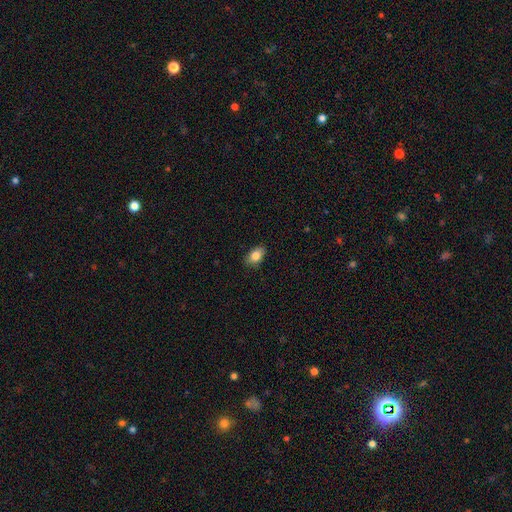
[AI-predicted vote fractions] A smooth galaxy with no disk features (84%) that is in between round and cigar-shaped (88%). Merging: none (86%).